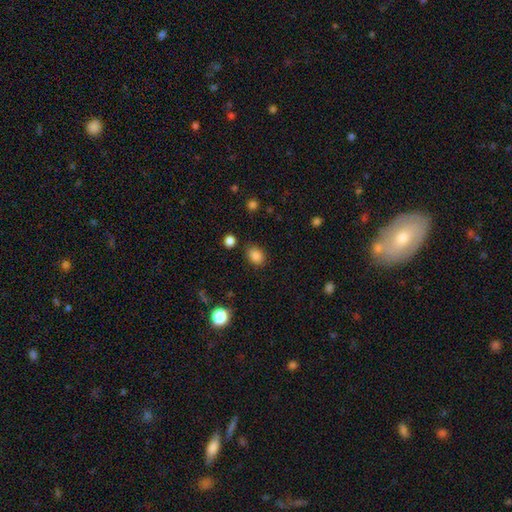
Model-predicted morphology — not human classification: A smooth galaxy with no disk features (85%) that is in between round and cigar-shaped (56%).

Vote fractions:
- Smooth or featured? smooth: 85% / star or artifact: 11% / featured or disk: 4%
- How rounded? in between: 56% / round: 43% / cigar-shaped: 1%
- Merging? none: 81% / minor disturbance: 12% / major disturbance: 3% / merger: 3%